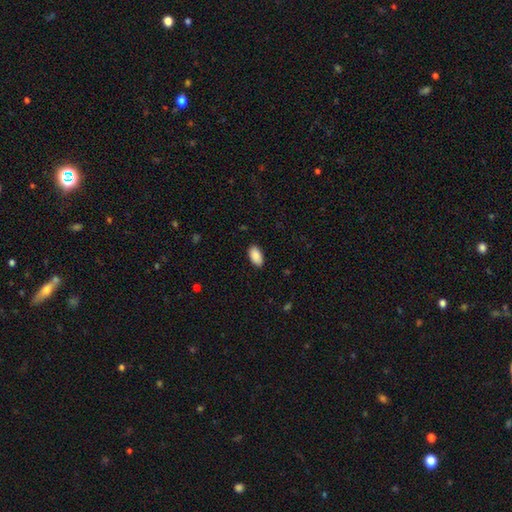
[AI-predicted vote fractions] Overall: smooth (89%). How rounded: in between (95%). Merging: none (88%).